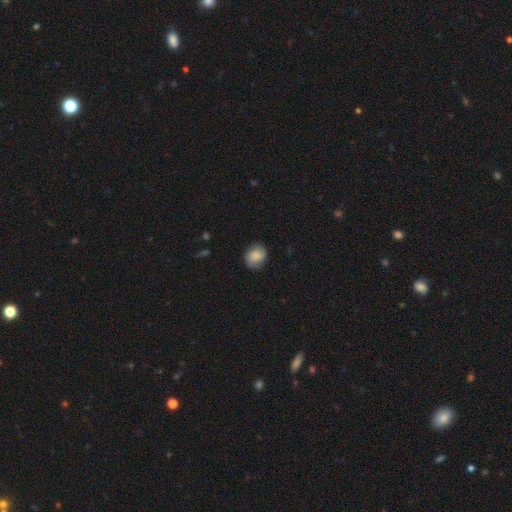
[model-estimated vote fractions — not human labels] Smooth or featured? Predicted: smooth (p=0.73). How rounded? Predicted: round (p=0.60). Merging? Predicted: none (p=0.71).